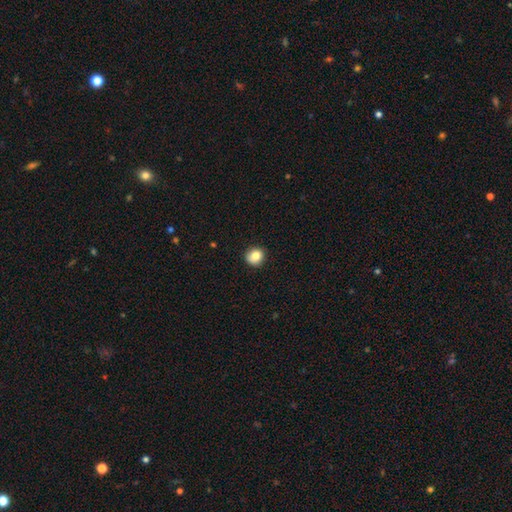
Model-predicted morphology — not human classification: A smooth galaxy with no disk features (82%) that is round (89%). Merging: none (86%).